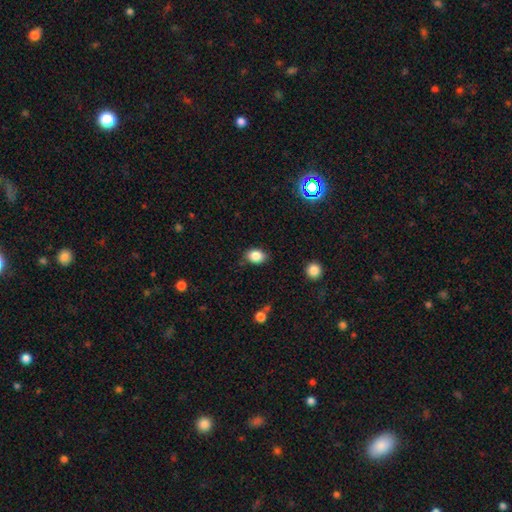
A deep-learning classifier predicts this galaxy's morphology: Q: Smooth or featured?
A: smooth (85%); runner-up: star or artifact (10%)
Q: How rounded?
A: in between (69%); runner-up: round (30%)
Q: Merging?
A: none (82%); runner-up: minor disturbance (13%)